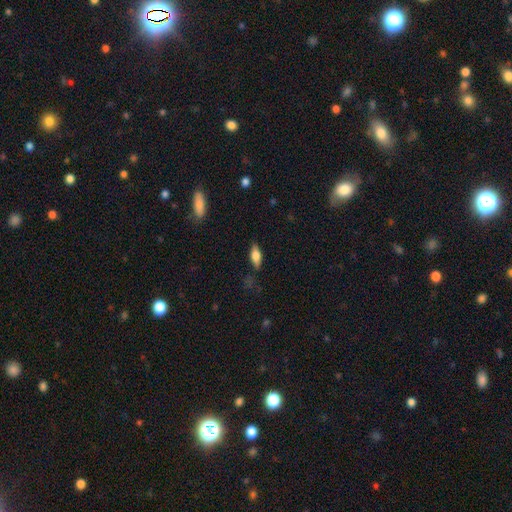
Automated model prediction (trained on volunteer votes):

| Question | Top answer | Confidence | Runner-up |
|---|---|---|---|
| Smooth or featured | smooth | 67% | featured or disk (26%) |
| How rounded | in between | 70% | cigar-shaped (26%) |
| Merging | none | 81% | minor disturbance (14%) |